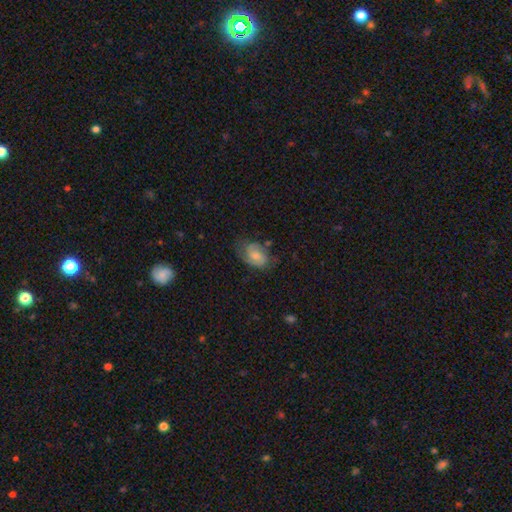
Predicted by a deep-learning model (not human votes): Smooth or featured? smooth (48%)
Merging? none (53%)